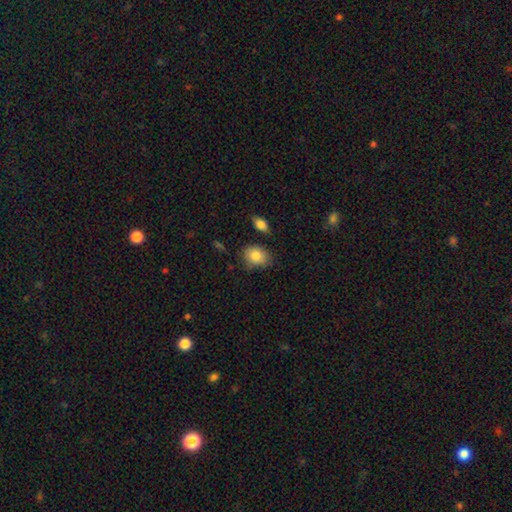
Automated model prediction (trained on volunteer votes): smooth_or_featured: smooth (p=0.84) [alt: featured or disk p=0.08]
how_rounded: in between (p=0.60) [alt: round p=0.39]
merging: none (p=0.73) [alt: minor disturbance p=0.19]